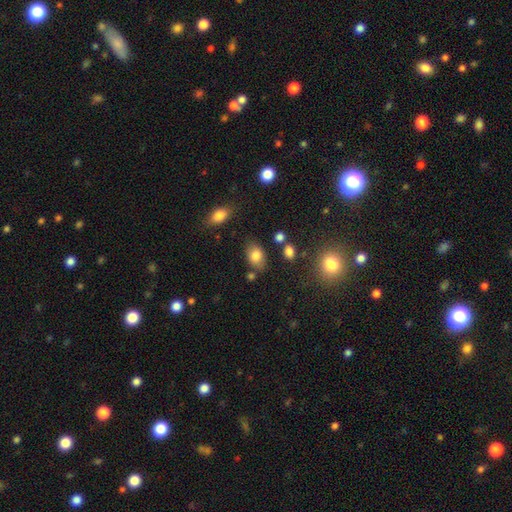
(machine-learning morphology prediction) smooth 81%, star or artifact 9%, featured or disk 9%. Down the decision tree: how rounded — in between (83%); merging — none (74%).